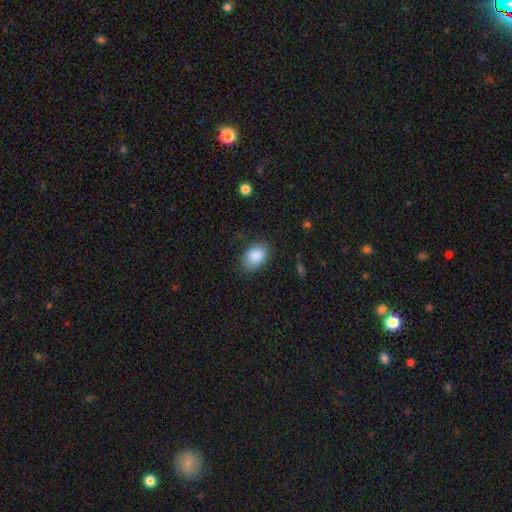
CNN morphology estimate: type=smooth (88%); roundness=in between (82%); merging=none (79%).